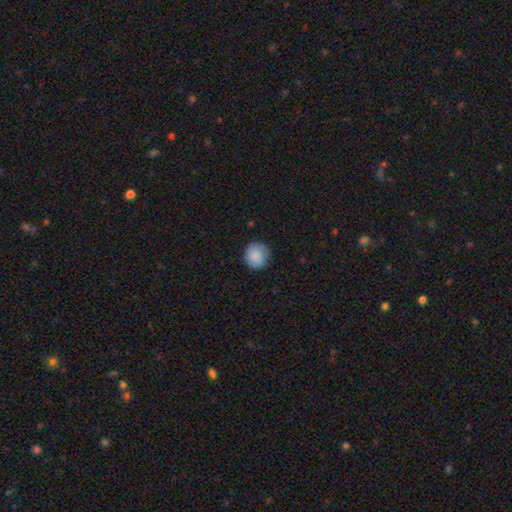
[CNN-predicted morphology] A smooth galaxy with no disk features (86%) that is round (91%).

Vote fractions:
- Smooth or featured? smooth: 86% / star or artifact: 7% / featured or disk: 7%
- How rounded? round: 91% / in between: 8% / cigar-shaped: 1%
- Merging? none: 84% / minor disturbance: 12% / major disturbance: 3% / merger: 1%